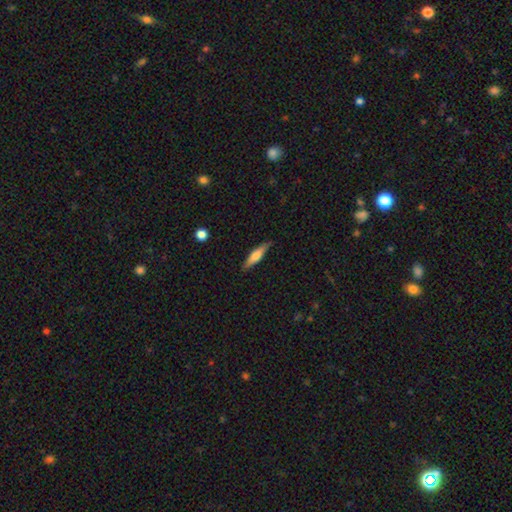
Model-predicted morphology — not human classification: smooth 57%, featured or disk 37%, star or artifact 6%. Down the decision tree: how rounded — cigar-shaped (78%); merging — none (86%).